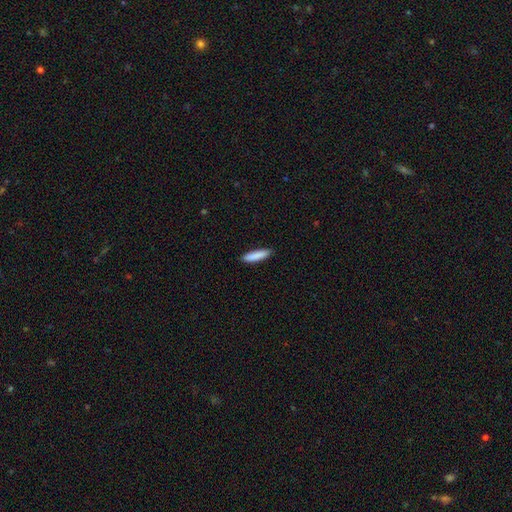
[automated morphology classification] type=smooth (88%); roundness=cigar-shaped (81%); merging=none (89%).